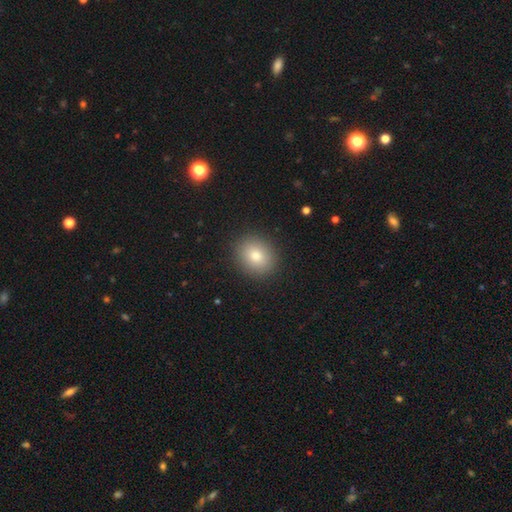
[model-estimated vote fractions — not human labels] smooth-or-featured: smooth: 79% | star or artifact: 12% | featured or disk: 9%
  how-rounded: round: 69% | in between: 30% | cigar-shaped: 1%
  merging: none: 91% | minor disturbance: 6% | major disturbance: 2% | merger: 1%